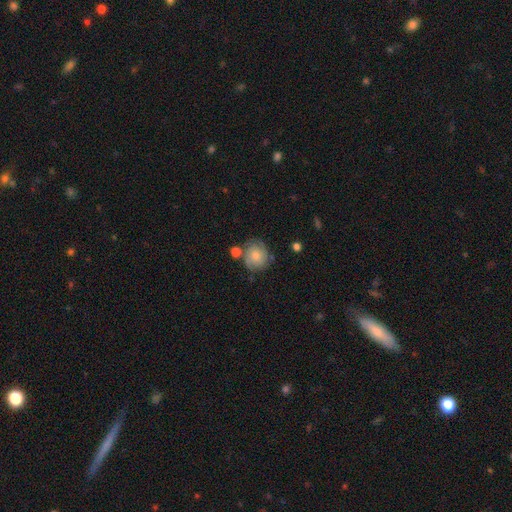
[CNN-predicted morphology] smooth-or-featured: smooth: 63% | featured or disk: 29% | star or artifact: 8%
  how-rounded: round: 85% | in between: 14% | cigar-shaped: 1%
  merging: none: 64% | minor disturbance: 19% | merger: 11% | major disturbance: 6%